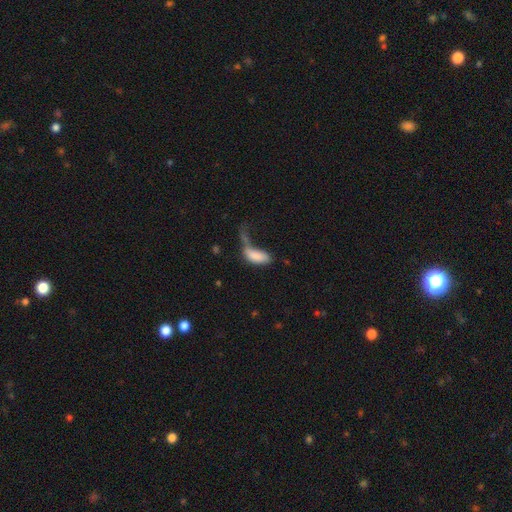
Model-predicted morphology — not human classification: This appears to be a smooth galaxy with no disk features (78%) that is in between round and cigar-shaped (86%). Merging: major disturbance (46%).